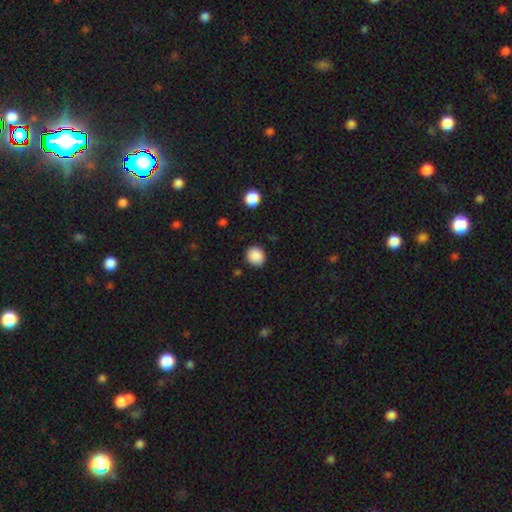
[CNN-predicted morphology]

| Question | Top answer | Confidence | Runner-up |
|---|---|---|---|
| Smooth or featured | smooth | 88% | star or artifact (9%) |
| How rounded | round | 84% | in between (15%) |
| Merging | none | 88% | minor disturbance (8%) |